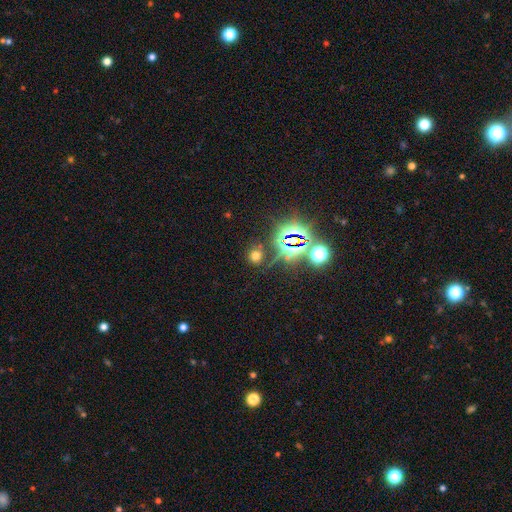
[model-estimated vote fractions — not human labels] Smooth or featured: smooth — 52% (star or artifact — 41%)
How rounded: round — 83% (in between — 15%)
Merging: none — 81% (minor disturbance — 9%)